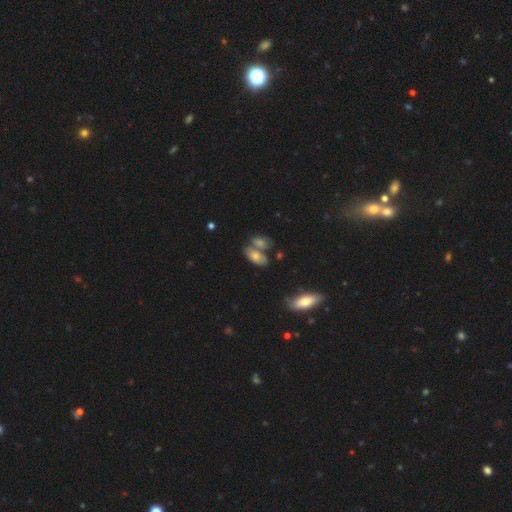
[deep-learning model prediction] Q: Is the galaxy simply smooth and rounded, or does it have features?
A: smooth — 68%.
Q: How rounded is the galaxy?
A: in between — 87%.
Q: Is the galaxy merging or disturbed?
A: none — 41%.